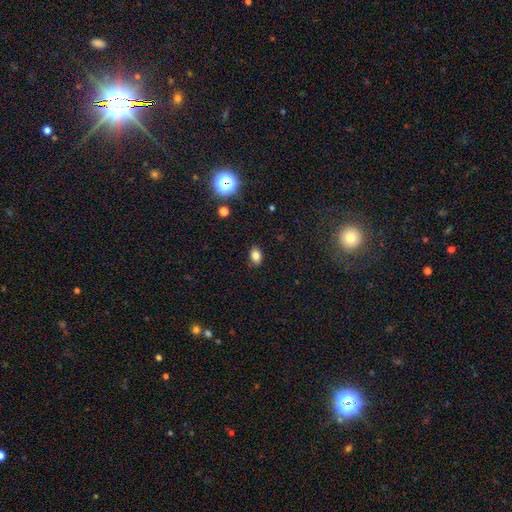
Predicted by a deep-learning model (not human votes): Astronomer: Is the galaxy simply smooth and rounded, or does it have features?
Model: smooth — 81%.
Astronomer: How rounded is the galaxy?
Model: in between — 82%.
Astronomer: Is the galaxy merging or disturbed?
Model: none — 87%.